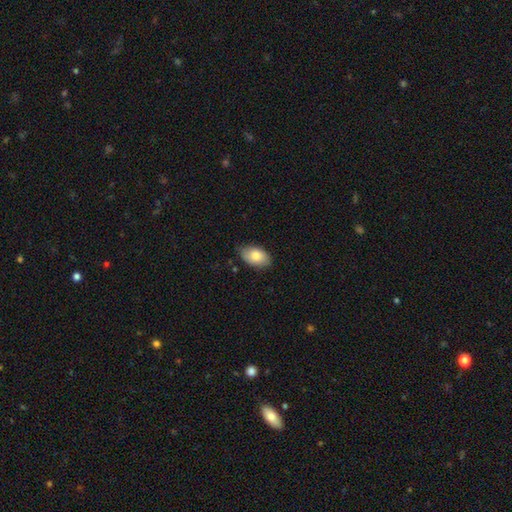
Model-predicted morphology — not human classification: type=smooth (80%); roundness=in between (93%); merging=none (78%).